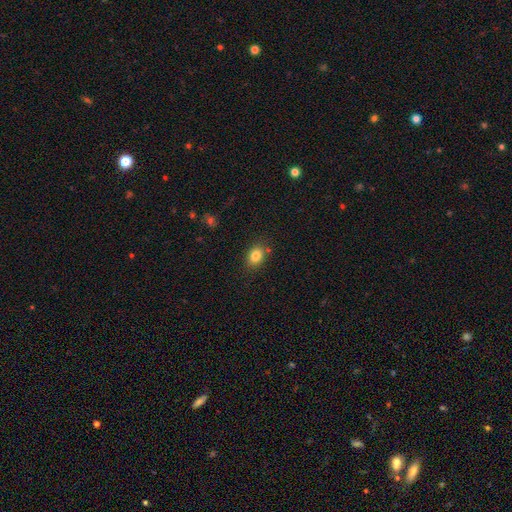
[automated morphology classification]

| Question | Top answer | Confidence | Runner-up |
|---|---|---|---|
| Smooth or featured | smooth | 83% | star or artifact (10%) |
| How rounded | in between | 64% | round (35%) |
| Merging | none | 82% | minor disturbance (12%) |